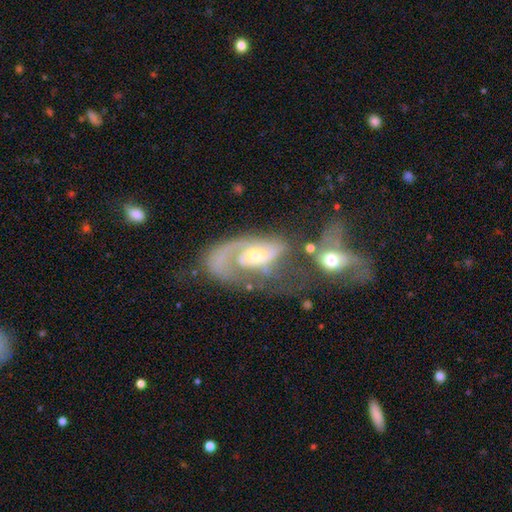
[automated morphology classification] A featured or disk galaxy (81%) with no bar (67%), 1 (58%) medium (39%) spiral arms (88%) and a moderate central bulge (49%). Merging: merger (40%).